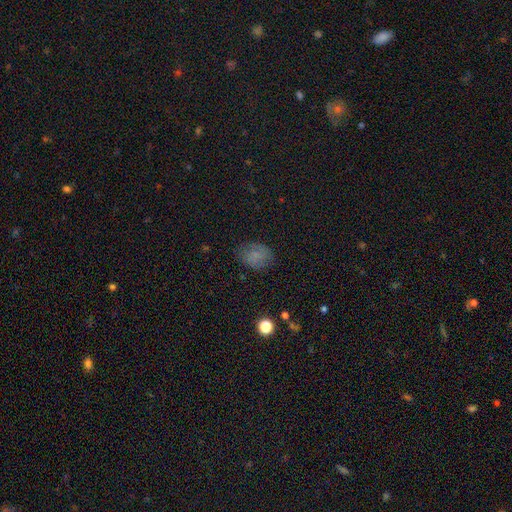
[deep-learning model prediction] This is likely a smooth galaxy (71%). How rounded: possibly in between (58%). Merging: likely none (73%).